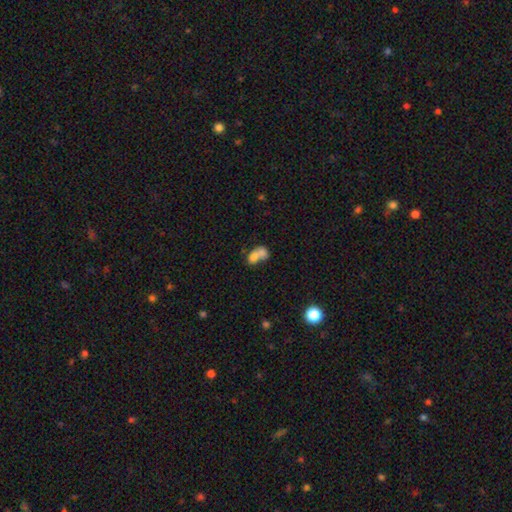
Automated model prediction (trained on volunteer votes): A smooth galaxy with no disk features (71%) that is in between round and cigar-shaped (72%).

Vote fractions:
- Smooth or featured? smooth: 71% / featured or disk: 19% / star or artifact: 10%
- How rounded? in between: 72% / round: 25% / cigar-shaped: 2%
- Merging? merger: 72% / none: 16% / minor disturbance: 6% / major disturbance: 6%